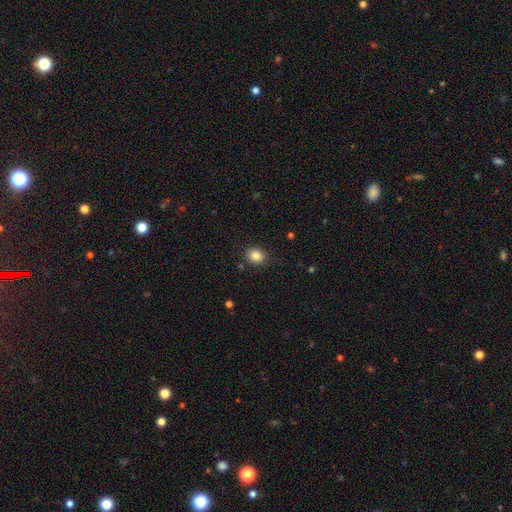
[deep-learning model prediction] Smooth or featured? Predicted: smooth (p=0.84). How rounded? Predicted: round (p=0.51). Merging? Predicted: none (p=0.86).